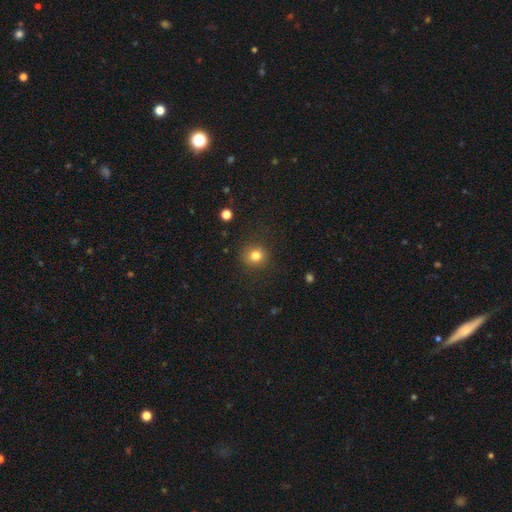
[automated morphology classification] This appears to be a smooth galaxy with no disk features (81%) that is round (84%). Merging: none (87%).